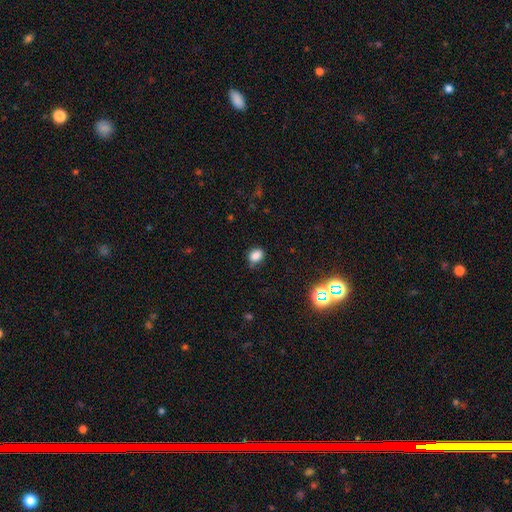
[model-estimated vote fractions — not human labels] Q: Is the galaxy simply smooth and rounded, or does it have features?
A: smooth — 82%.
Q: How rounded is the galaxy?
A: in between — 58%.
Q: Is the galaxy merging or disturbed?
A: none — 68%.